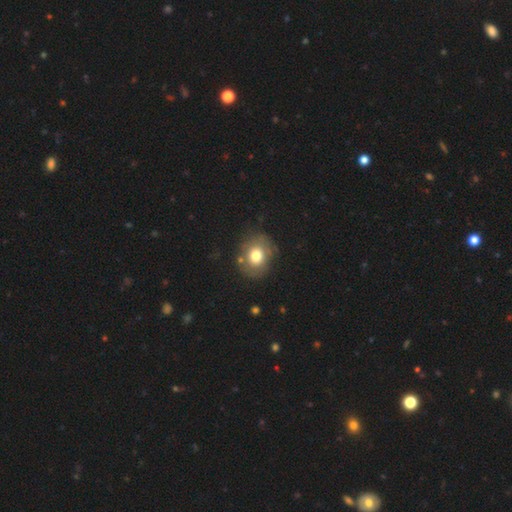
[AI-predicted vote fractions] smooth 71%, featured or disk 19%, star or artifact 10%. Down the decision tree: how rounded — round (67%); merging — none (77%).